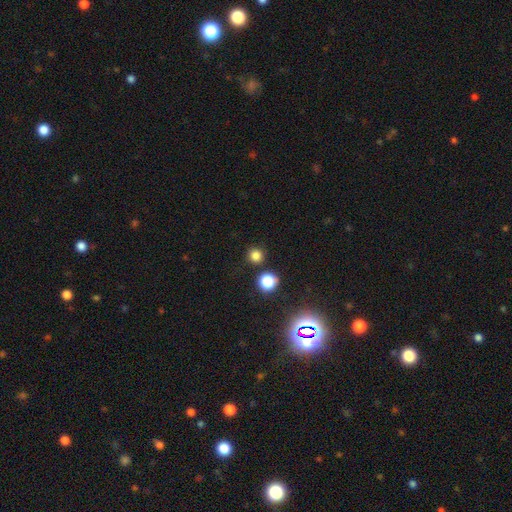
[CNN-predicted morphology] A smooth galaxy with no disk features (78%) that is round (93%). Merging: none (86%).